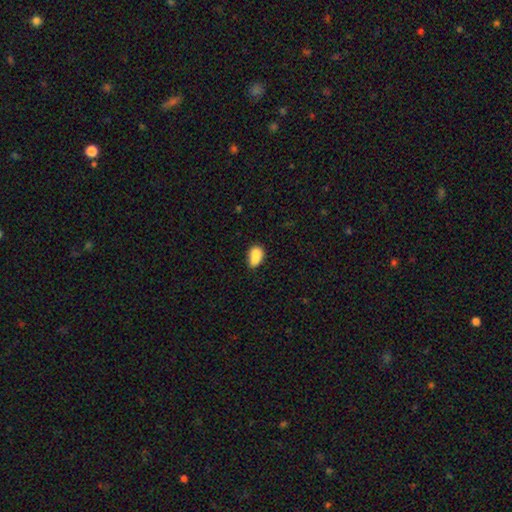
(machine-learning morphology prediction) type=smooth (82%); roundness=in between (84%); merging=none (50%).